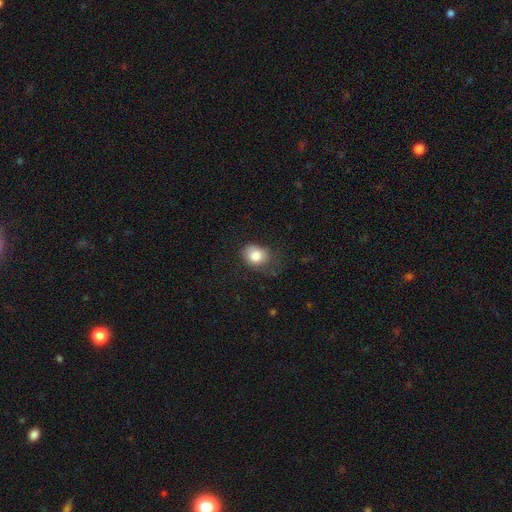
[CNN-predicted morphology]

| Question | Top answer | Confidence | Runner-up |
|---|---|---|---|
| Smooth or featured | smooth | 83% | star or artifact (9%) |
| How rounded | in between | 51% | round (48%) |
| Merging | none | 53% | minor disturbance (31%) |